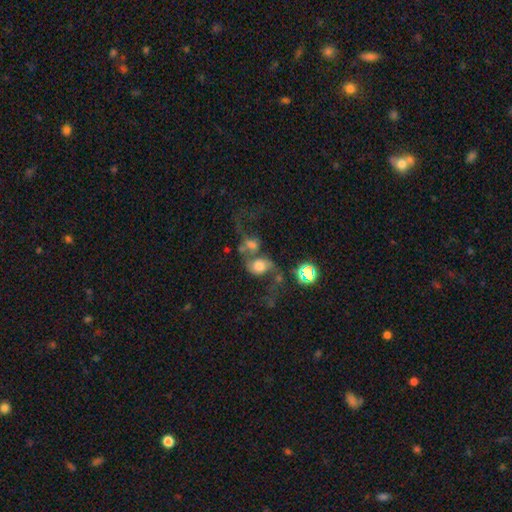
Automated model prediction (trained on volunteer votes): This appears to be a featured or disk galaxy (47%). Merging: merger (49%).